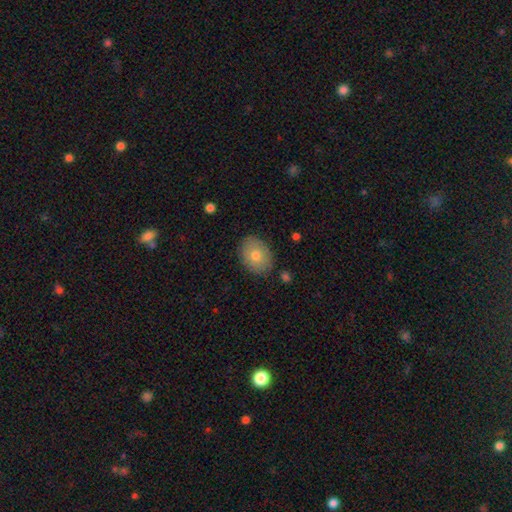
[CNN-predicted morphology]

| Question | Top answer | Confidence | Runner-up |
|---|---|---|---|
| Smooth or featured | smooth | 74% | featured or disk (18%) |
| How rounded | in between | 67% | round (32%) |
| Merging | none | 85% | minor disturbance (11%) |